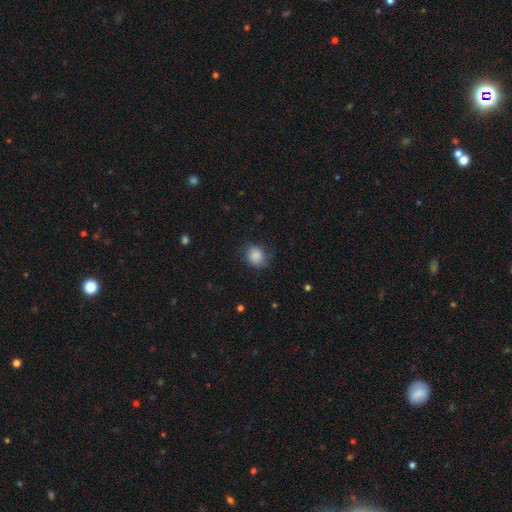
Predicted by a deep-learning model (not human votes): smooth-or-featured: smooth: 82% | featured or disk: 10% | star or artifact: 8%
  how-rounded: round: 70% | in between: 29% | cigar-shaped: 1%
  merging: none: 67% | minor disturbance: 23% | major disturbance: 9% | merger: 1%